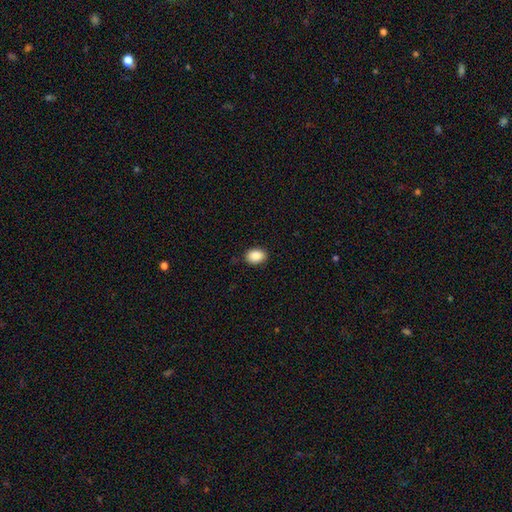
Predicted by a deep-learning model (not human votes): Overall: smooth (89%). How rounded: in between (77%). Merging: none (88%).